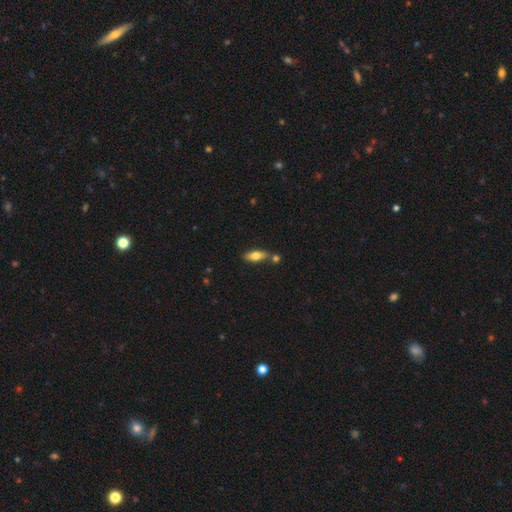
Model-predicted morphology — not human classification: A smooth galaxy with no disk features (69%) that is in between round and cigar-shaped (66%). Merging: none (71%).